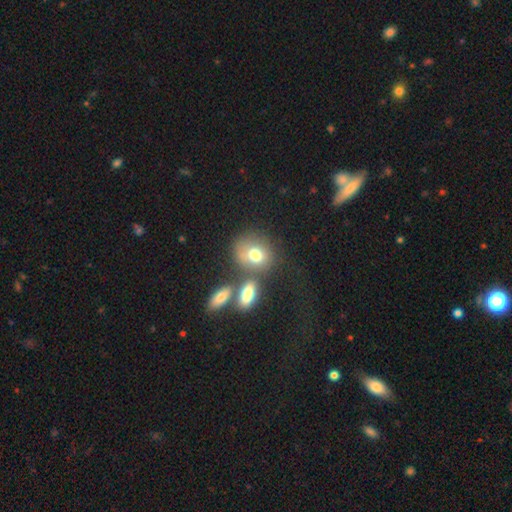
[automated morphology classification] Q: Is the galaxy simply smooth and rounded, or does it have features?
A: smooth — 72%.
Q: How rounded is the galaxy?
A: round — 51%.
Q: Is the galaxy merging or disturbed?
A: none — 47%.